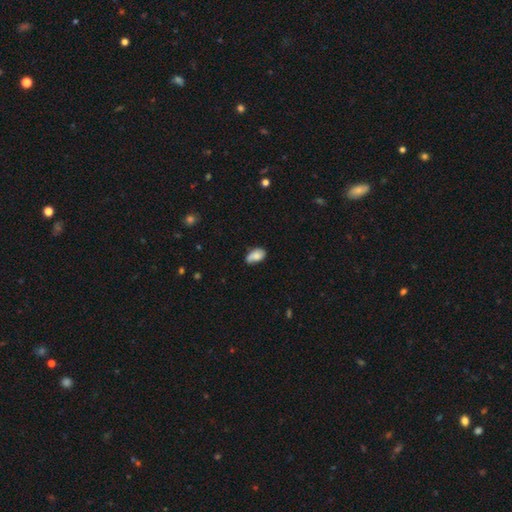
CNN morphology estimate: Smooth or featured: smooth — 75% (featured or disk — 17%)
How rounded: in between — 92% (round — 6%)
Merging: none — 55% (minor disturbance — 34%)